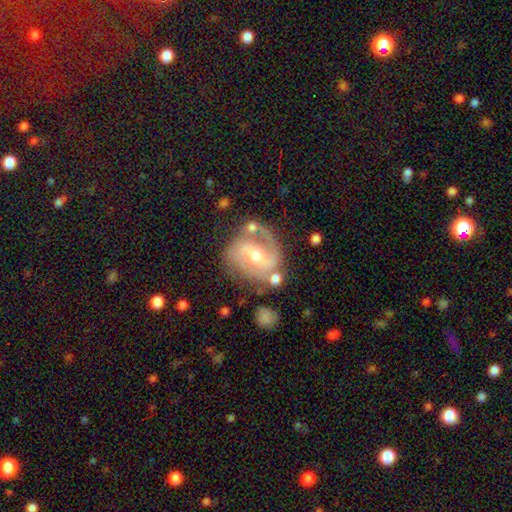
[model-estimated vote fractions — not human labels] This appears to be a featured or disk galaxy (85%) with a weak bar (42%), 2 (78%) medium (51%) spiral arms (94%) and a moderate central bulge (58%). Merging: none (64%).